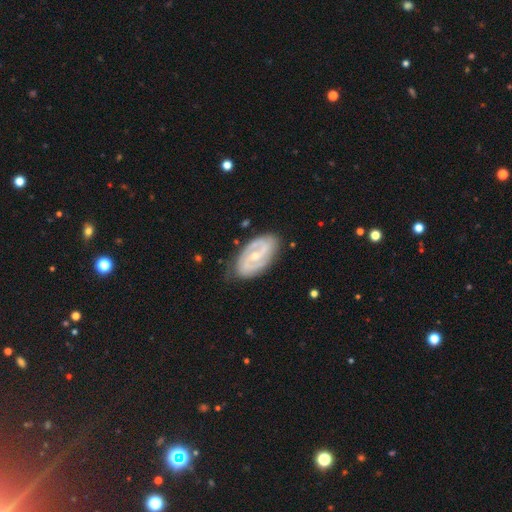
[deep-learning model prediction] The model was most divided on "spiral winding": tight: 44%, medium: 41%, loose: 15%. Remaining: edge-on disk — no (95%); spiral arms — yes (91%); smooth or featured — featured or disk (83%); spiral arm count — 2 (82%); merging — none (79%); bulge size — small (57%); bar — weak (44%).